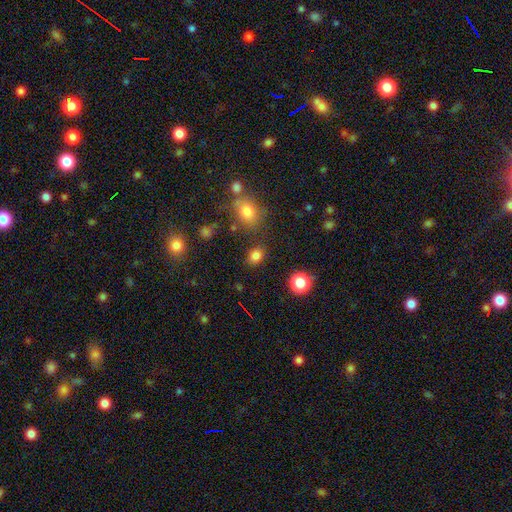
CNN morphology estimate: smooth 81%, star or artifact 14%, featured or disk 5%. Down the decision tree: how rounded — in between (54%); merging — none (81%).